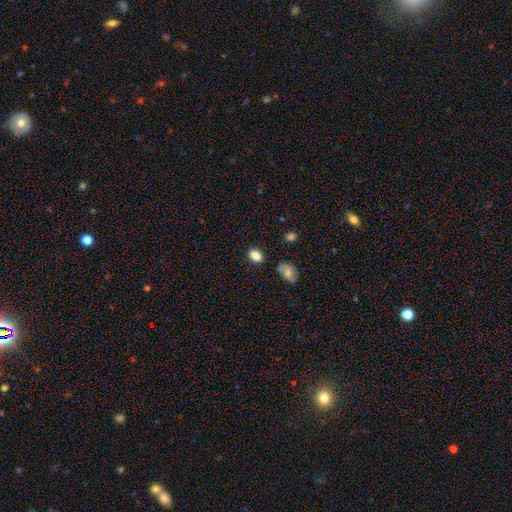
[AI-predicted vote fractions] Morphology: type=smooth (86%); roundness=in between (80%); merging=none (81%).